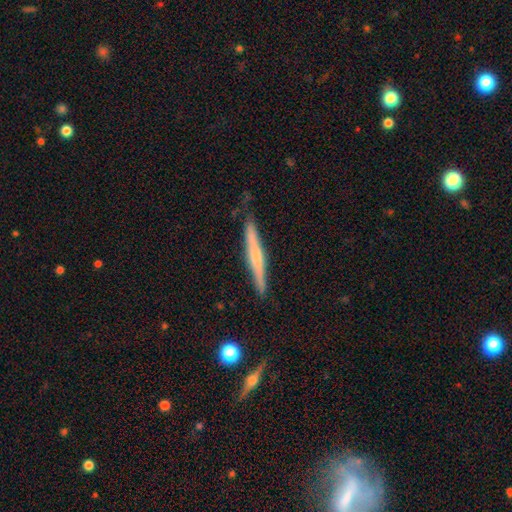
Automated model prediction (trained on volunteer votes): smooth-or-featured: featured or disk: 54% | smooth: 40% | star or artifact: 6%
  disk-edge-on: yes: 97% | no: 3%
    edge-on-bulge: rounded: 52% | none: 36% | boxy: 11%
  merging: none: 84% | minor disturbance: 13% | major disturbance: 2% | merger: 2%